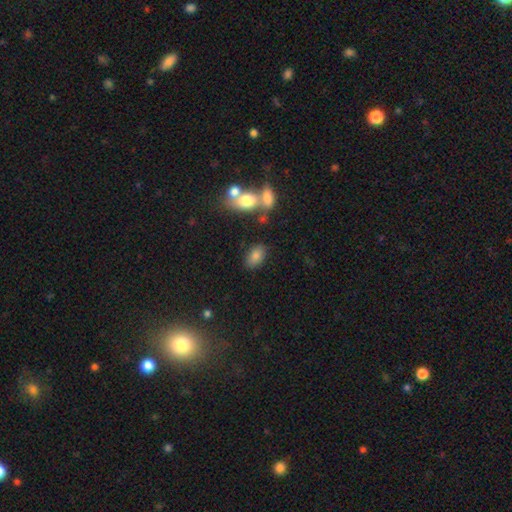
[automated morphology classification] Smooth or featured? Predicted: smooth (p=0.80). How rounded? Predicted: in between (p=0.90). Merging? Predicted: none (p=0.75).